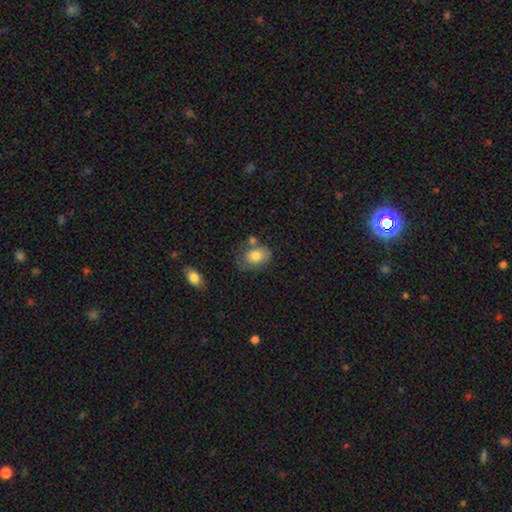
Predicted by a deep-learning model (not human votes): Smooth or featured? smooth (79%)
How rounded? in between (69%)
Merging? none (52%)